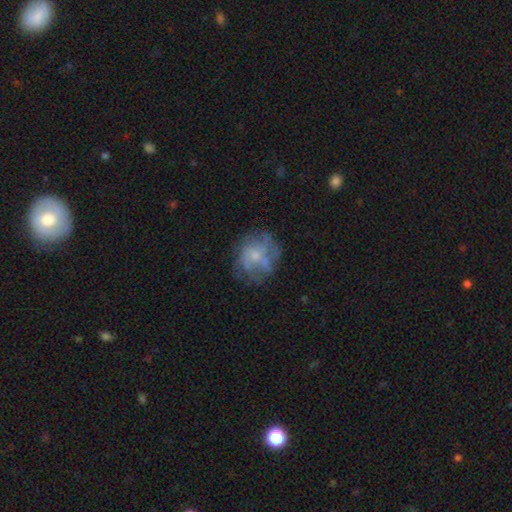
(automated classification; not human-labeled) Smooth or featured: featured or disk — 53% (smooth — 36%)
Edge-on disk: no — 98% (yes — 2%)
Bar: no — 84% (weak — 14%)
Spiral arms: no — 60% (yes — 40%)
Bulge size: small — 51% (moderate — 35%)
Merging: none — 60% (minor disturbance — 20%)